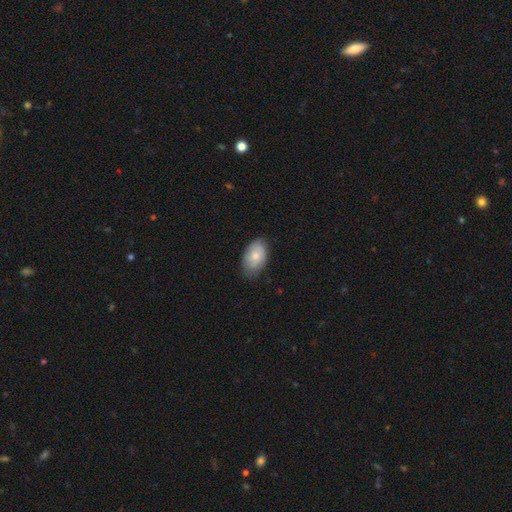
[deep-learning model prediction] smooth-or-featured: smooth: 74% | featured or disk: 20% | star or artifact: 6%
  how-rounded: in between: 92% | round: 7% | cigar-shaped: 1%
  merging: none: 73% | minor disturbance: 22% | major disturbance: 4% | merger: 1%